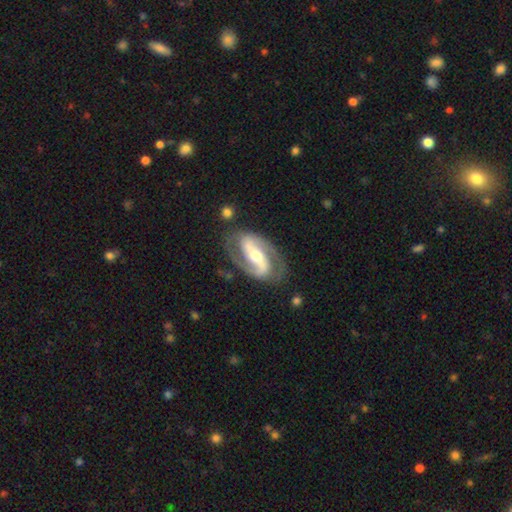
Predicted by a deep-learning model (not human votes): Smooth or featured: featured or disk — 90% (smooth — 7%)
Edge-on disk: no — 96% (yes — 4%)
Bar: strong — 63% (weak — 23%)
Spiral arms: yes — 96% (no — 4%)
Spiral winding: medium — 52% (tight — 30%)
Spiral arm count: 2 — 92% (can't tell — 3%)
Bulge size: moderate — 63% (small — 25%)
Merging: none — 79% (minor disturbance — 14%)